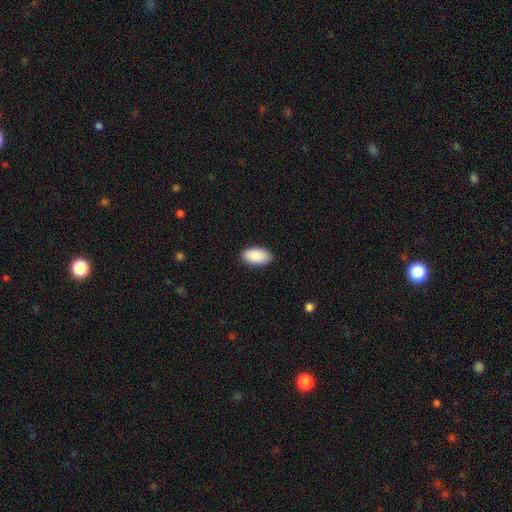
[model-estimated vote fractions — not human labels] smooth 90%, star or artifact 6%, featured or disk 5%. Down the decision tree: how rounded — in between (96%); merging — none (89%).